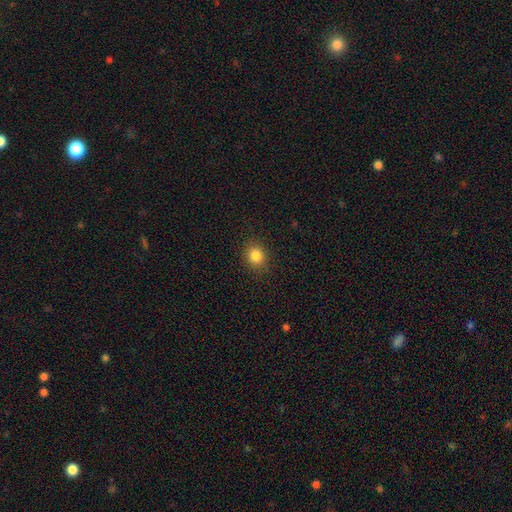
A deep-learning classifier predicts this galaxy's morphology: Smooth or featured: smooth — 84% (star or artifact — 11%)
How rounded: round — 76% (in between — 23%)
Merging: none — 89% (minor disturbance — 7%)